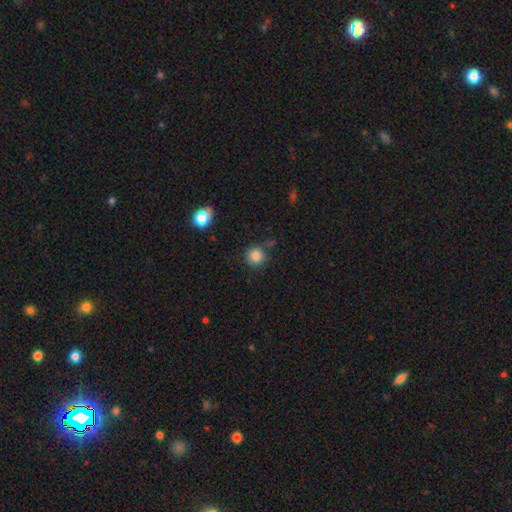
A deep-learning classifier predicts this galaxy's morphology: type=smooth (85%); roundness=round (91%); merging=none (81%).